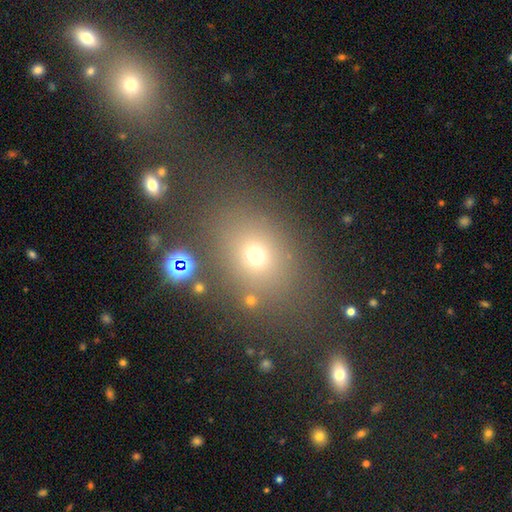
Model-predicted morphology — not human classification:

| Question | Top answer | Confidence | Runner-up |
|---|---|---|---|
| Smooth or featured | smooth | 65% | star or artifact (23%) |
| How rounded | in between | 52% | round (47%) |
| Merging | none | 78% | minor disturbance (11%) |